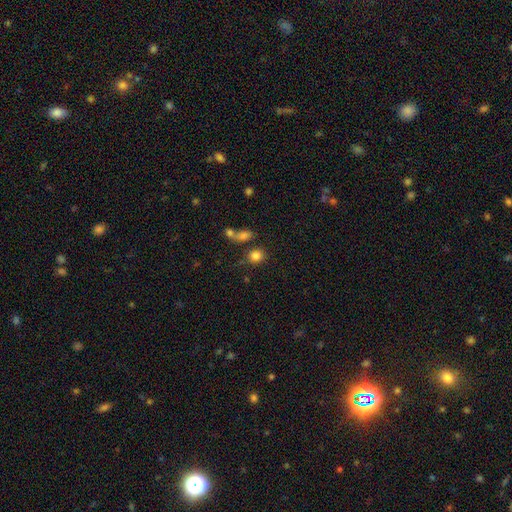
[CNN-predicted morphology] type=smooth (83%); roundness=round (70%); merging=none (70%).